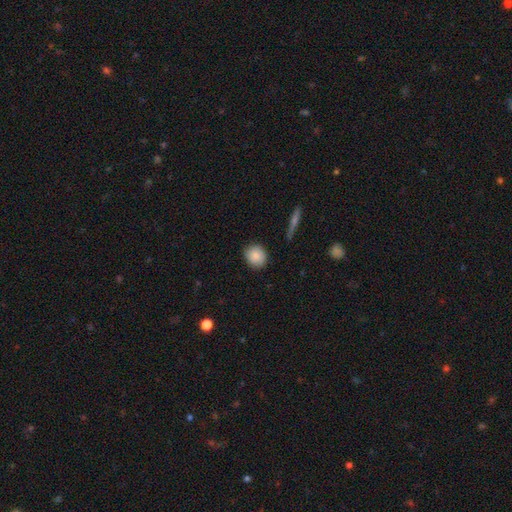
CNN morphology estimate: smooth_or_featured: smooth (p=0.87) [alt: star or artifact p=0.07]
how_rounded: round (p=0.81) [alt: in between p=0.17]
merging: none (p=0.88) [alt: minor disturbance p=0.09]